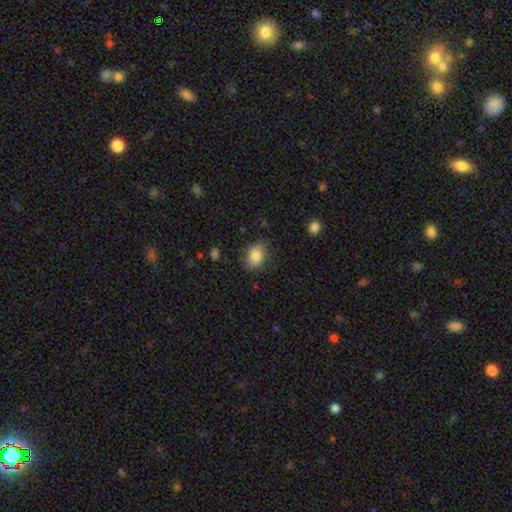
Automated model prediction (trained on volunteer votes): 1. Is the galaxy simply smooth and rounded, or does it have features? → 85% smooth, 8% star or artifact, 7% featured or disk.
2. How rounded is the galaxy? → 64% in between, 35% round, 1% cigar-shaped.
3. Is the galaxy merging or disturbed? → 77% none, 17% minor disturbance, 5% major disturbance, 1% merger.